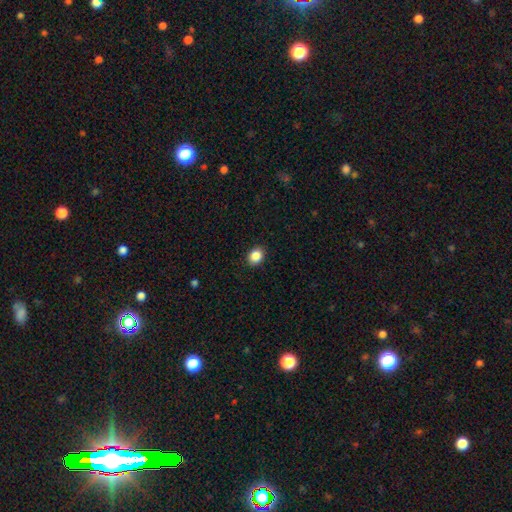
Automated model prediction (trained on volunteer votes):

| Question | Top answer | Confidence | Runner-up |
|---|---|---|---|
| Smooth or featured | smooth | 86% | star or artifact (10%) |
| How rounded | round | 58% | in between (41%) |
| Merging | none | 91% | minor disturbance (6%) |